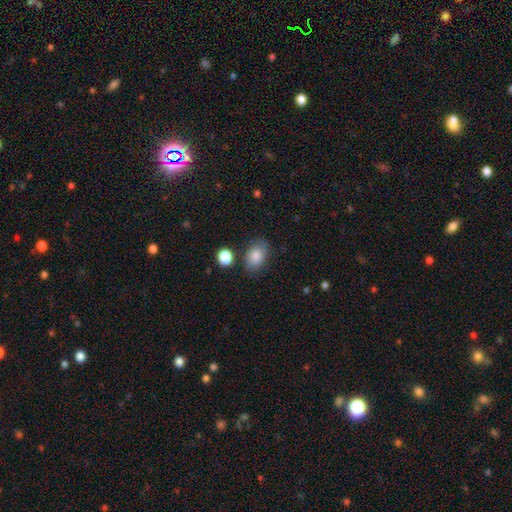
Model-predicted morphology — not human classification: smooth-or-featured: smooth: 83% | featured or disk: 9% | star or artifact: 8%
  how-rounded: in between: 80% | round: 19% | cigar-shaped: 1%
  merging: none: 77% | minor disturbance: 15% | merger: 4% | major disturbance: 4%